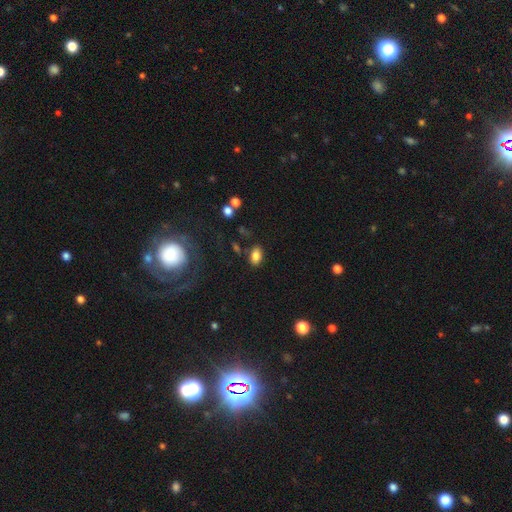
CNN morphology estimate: type=smooth (83%); roundness=in between (88%); merging=none (81%).